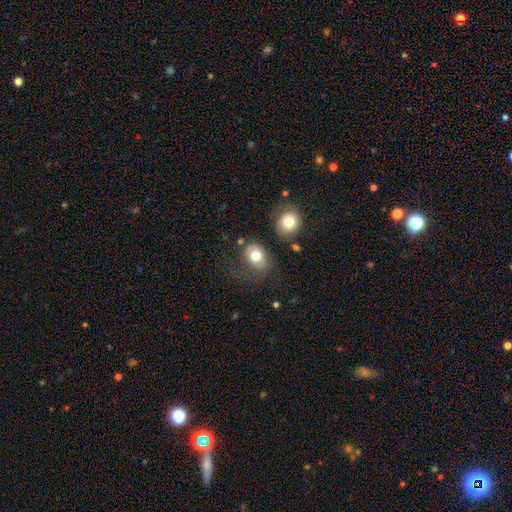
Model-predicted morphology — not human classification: Overall: smooth (77%). How rounded: in between (52%; round 47%). Merging: none (51%; minor disturbance 24%).